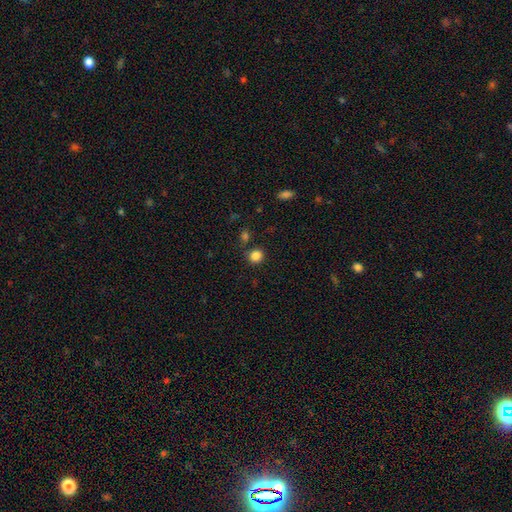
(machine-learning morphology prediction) This appears to be a smooth galaxy with no disk features (85%) that is round (87%). Merging: none (82%).